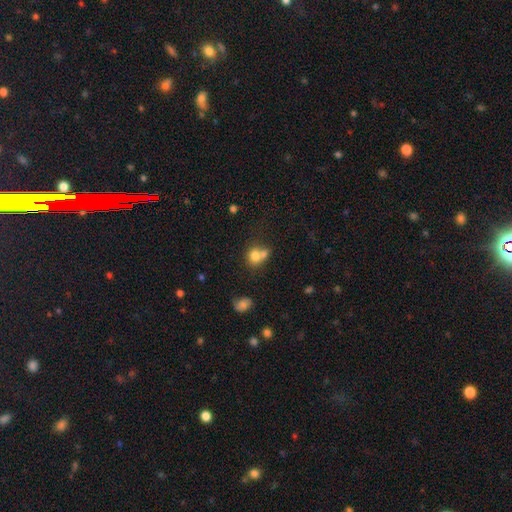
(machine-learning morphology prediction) Smooth or featured? Predicted: smooth (p=0.74). How rounded? Predicted: round (p=0.66). Merging? Predicted: merger (p=0.55).